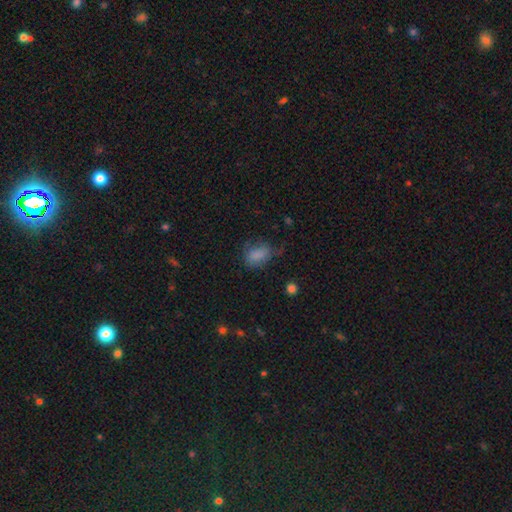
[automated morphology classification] Overall: smooth (80%). How rounded: in between (79%). Merging: none (48%; minor disturbance 31%).